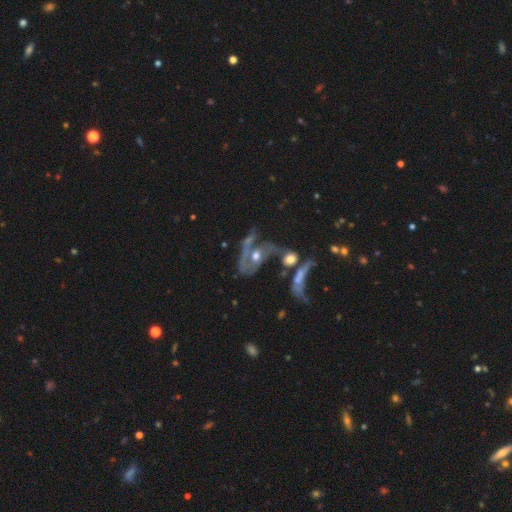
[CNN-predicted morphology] Smooth or featured? Predicted: featured or disk (p=0.68). Edge-on disk? Predicted: no (p=0.92). Bar? Predicted: no (p=0.76). Spiral arms? Predicted: yes (p=0.52). Bulge size? Predicted: moderate (p=0.58). Merging? Predicted: merger (p=0.51).